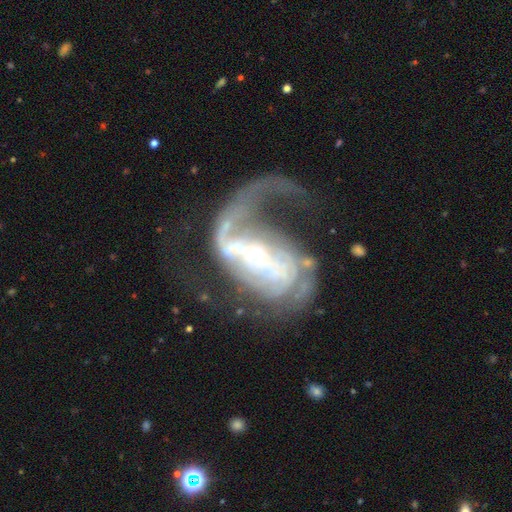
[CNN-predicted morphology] type=featured or disk (87%); edge-on=no (97%); bar=weak (37%); spiral arms=yes (91%); winding=loose (48%); arm count=2 (39%); bulge=moderate (47%); merging=major disturbance (52%).